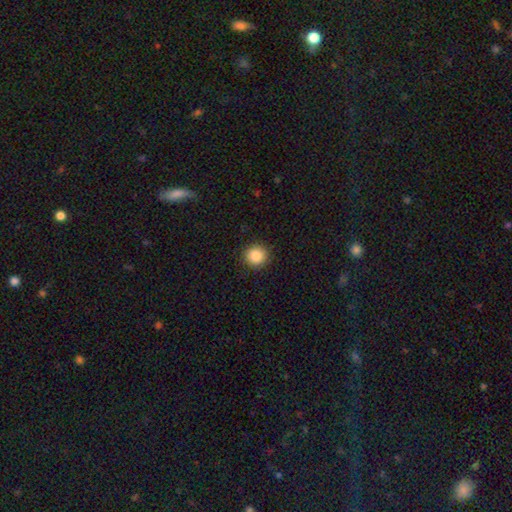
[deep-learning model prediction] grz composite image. It shows a smooth galaxy with no disk features (87%) that is round (92%). Merging: none (91%).